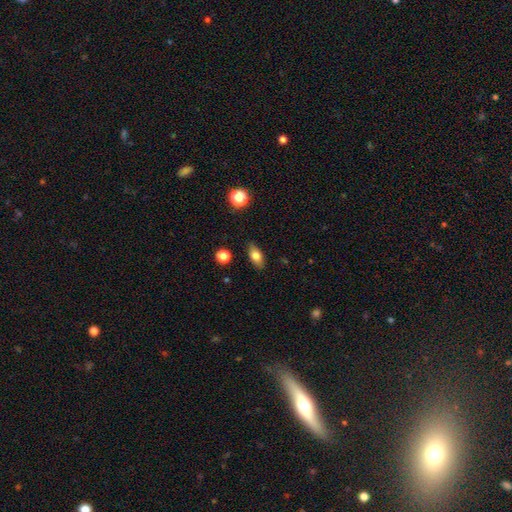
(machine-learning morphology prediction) smooth-or-featured: smooth: 74% | featured or disk: 17% | star or artifact: 9%
  how-rounded: in between: 80% | cigar-shaped: 11% | round: 9%
  merging: none: 84% | minor disturbance: 12% | major disturbance: 3% | merger: 1%